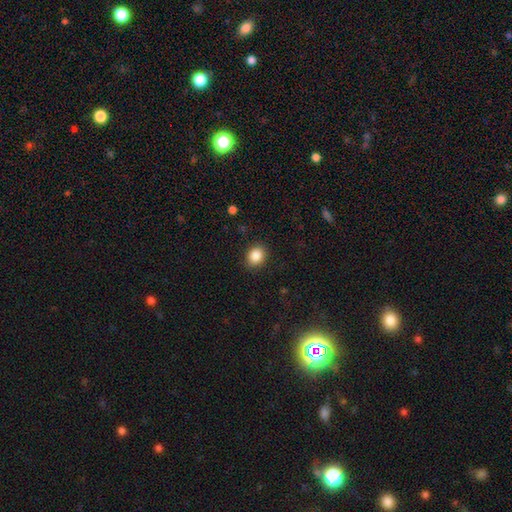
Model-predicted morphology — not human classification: Smooth or featured? smooth (87%)
How rounded? round (60%)
Merging? none (89%)